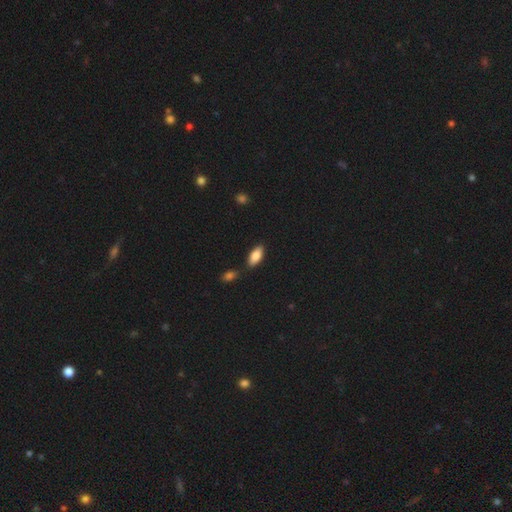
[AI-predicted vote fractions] A smooth galaxy with no disk features (82%) that is in between round and cigar-shaped (84%).

Vote fractions:
- Smooth or featured? smooth: 82% / featured or disk: 11% / star or artifact: 6%
- How rounded? in between: 84% / cigar-shaped: 14% / round: 2%
- Merging? none: 80% / minor disturbance: 11% / merger: 7% / major disturbance: 2%